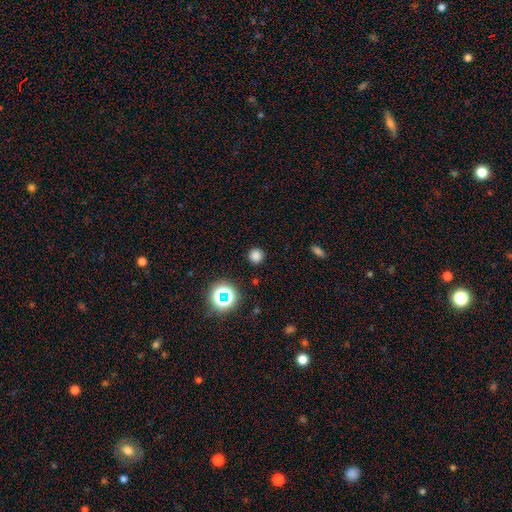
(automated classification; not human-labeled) Q: Smooth or featured?
A: smooth (77%); runner-up: star or artifact (19%)
Q: How rounded?
A: round (94%); runner-up: in between (5%)
Q: Merging?
A: none (90%); runner-up: minor disturbance (6%)